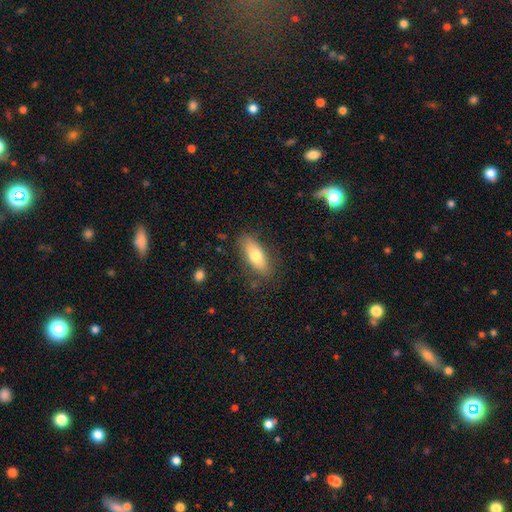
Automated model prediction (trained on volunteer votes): This appears to be a smooth galaxy with no disk features (70%) that is in between round and cigar-shaped (77%). Merging: none (81%).